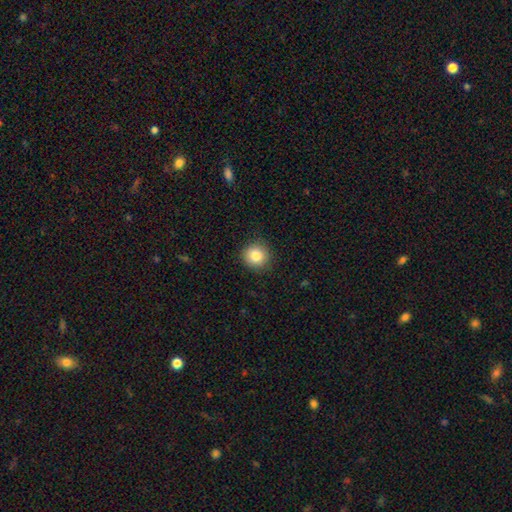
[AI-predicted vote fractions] Smooth or featured: smooth — 85% (star or artifact — 9%)
How rounded: round — 93% (in between — 6%)
Merging: none — 90% (minor disturbance — 7%)